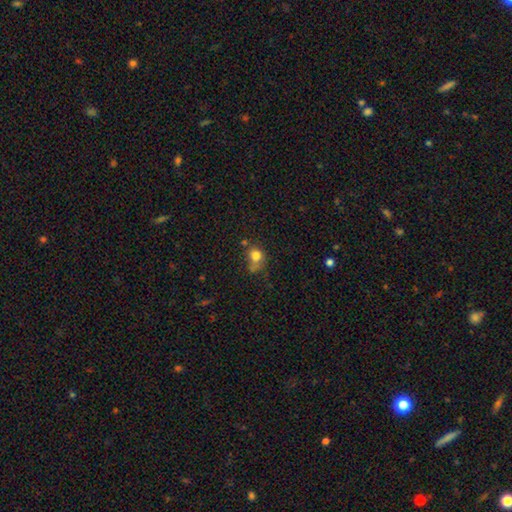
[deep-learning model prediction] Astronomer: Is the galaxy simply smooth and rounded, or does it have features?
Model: smooth — 78%.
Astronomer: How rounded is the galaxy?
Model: round — 70%.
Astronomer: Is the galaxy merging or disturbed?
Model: none — 42% (runner-up: minor disturbance, 25%).